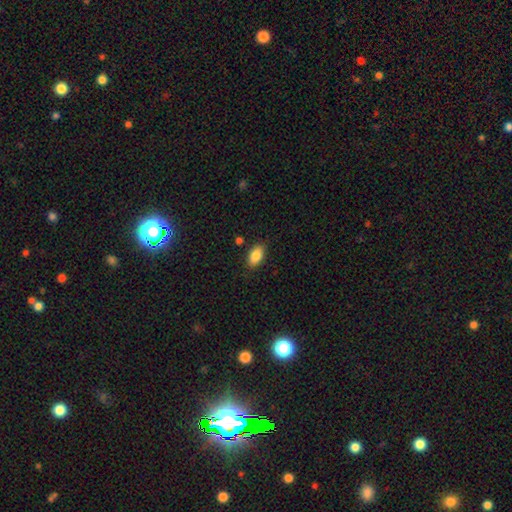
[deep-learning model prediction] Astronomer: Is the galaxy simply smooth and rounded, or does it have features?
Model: smooth — 85%.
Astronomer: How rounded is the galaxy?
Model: in between — 91%.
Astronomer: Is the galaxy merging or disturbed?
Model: none — 85%.